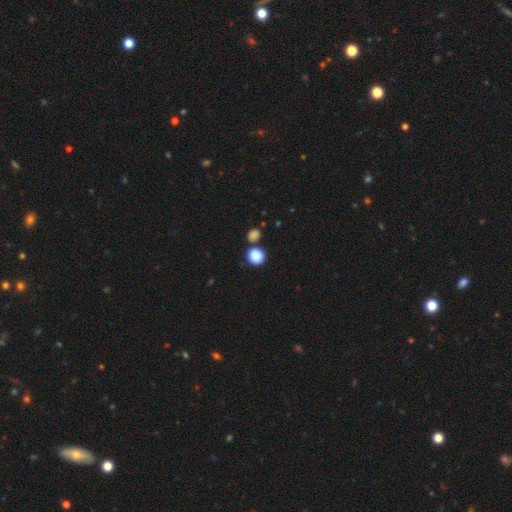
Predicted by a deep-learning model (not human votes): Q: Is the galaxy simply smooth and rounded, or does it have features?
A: smooth — 88%.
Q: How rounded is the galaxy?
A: round — 84%.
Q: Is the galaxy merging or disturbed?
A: none — 69%.